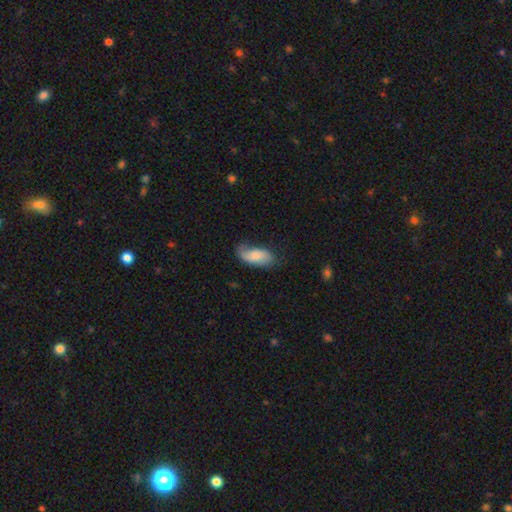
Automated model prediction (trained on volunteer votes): This is likely a smooth galaxy (67%). How rounded: clearly in between (89%). Merging: possibly none (58%).